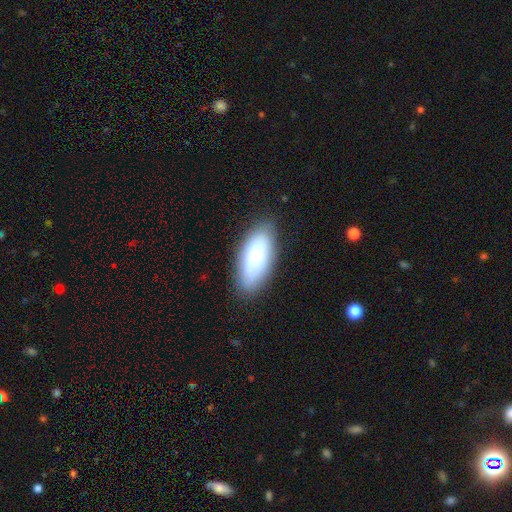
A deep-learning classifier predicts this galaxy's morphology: A smooth galaxy with no disk features (75%) that is in between round and cigar-shaped (83%).

Vote fractions:
- Smooth or featured? smooth: 75% / featured or disk: 16% / star or artifact: 9%
- How rounded? in between: 83% / cigar-shaped: 14% / round: 2%
- Merging? none: 86% / minor disturbance: 11% / major disturbance: 2% / merger: 1%